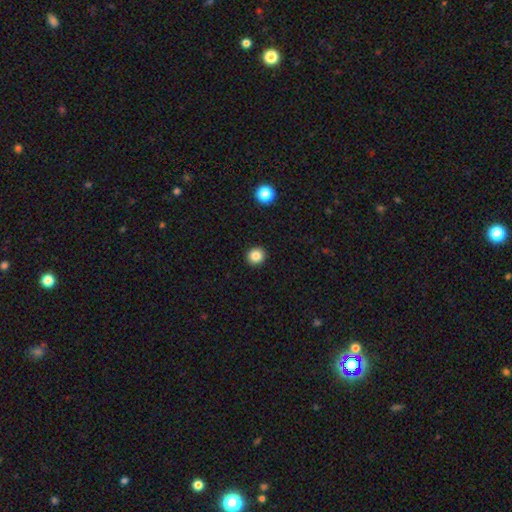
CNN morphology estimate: smooth_or_featured: smooth (p=0.84) [alt: star or artifact p=0.11]
how_rounded: round (p=0.91) [alt: in between p=0.08]
merging: none (p=0.93) [alt: minor disturbance p=0.04]